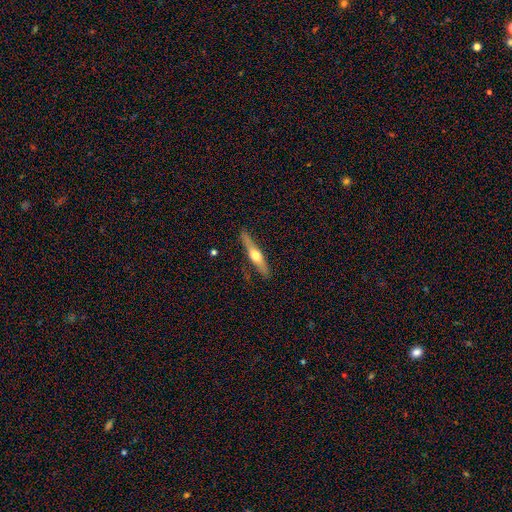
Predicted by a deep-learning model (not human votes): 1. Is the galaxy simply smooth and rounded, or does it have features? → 59% featured or disk, 36% smooth, 6% star or artifact.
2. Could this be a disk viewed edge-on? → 94% yes, 6% no.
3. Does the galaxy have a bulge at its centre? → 92% rounded, 5% none, 3% boxy.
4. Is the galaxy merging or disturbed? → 85% none, 11% minor disturbance, 2% major disturbance, 1% merger.